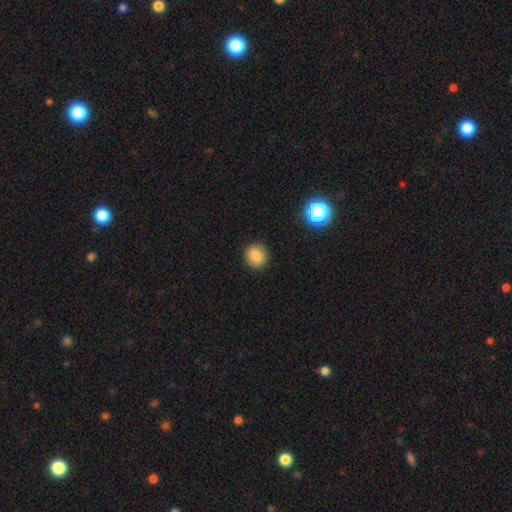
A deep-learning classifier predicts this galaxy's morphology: Smooth or featured? Predicted: smooth (p=0.84). How rounded? Predicted: round (p=0.87). Merging? Predicted: none (p=0.91).